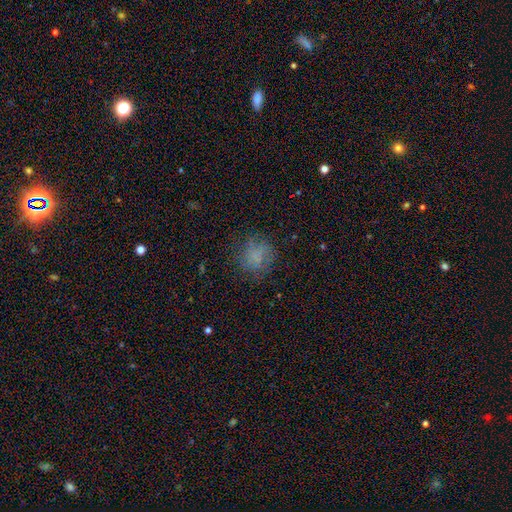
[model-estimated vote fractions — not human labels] Overall: smooth (68%). How rounded: round (80%). Merging: none (73%).